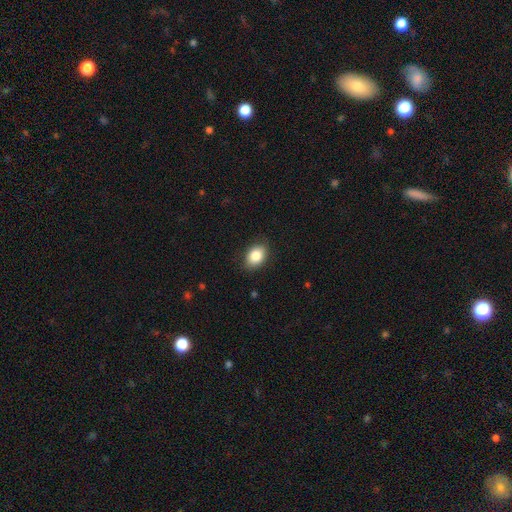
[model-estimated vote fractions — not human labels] Smooth or featured? Predicted: smooth (p=0.84). How rounded? Predicted: in between (p=0.79). Merging? Predicted: none (p=0.83).